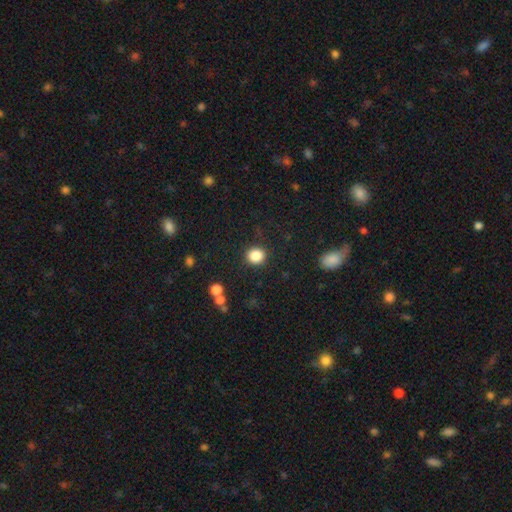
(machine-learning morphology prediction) Smooth or featured: smooth — 86% (star or artifact — 10%)
How rounded: round — 79% (in between — 20%)
Merging: none — 88% (minor disturbance — 7%)